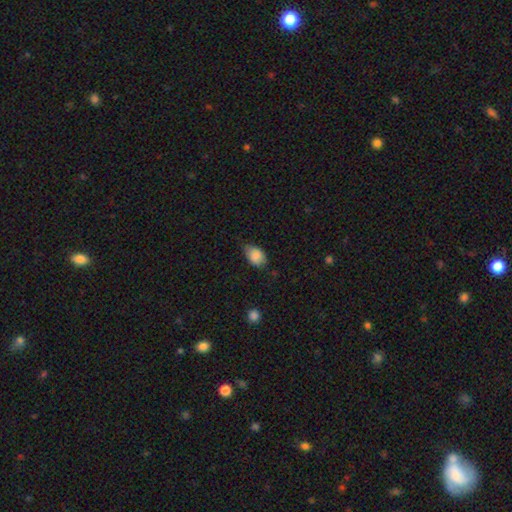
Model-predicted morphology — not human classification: A smooth galaxy with no disk features (84%) that is in between round and cigar-shaped (84%). Merging: none (53%).